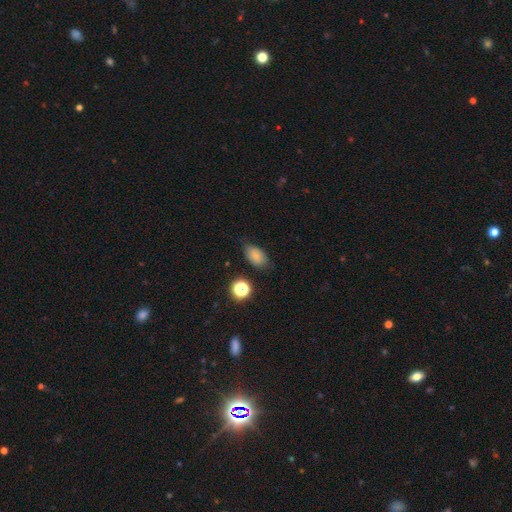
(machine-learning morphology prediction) Overall: smooth (79%). How rounded: in between (88%). Merging: none (75%).